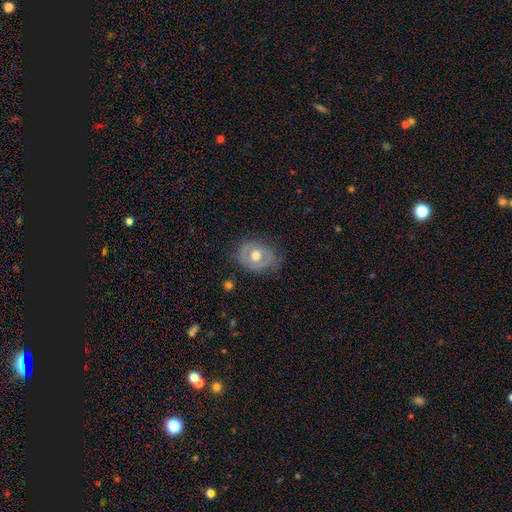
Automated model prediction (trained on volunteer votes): featured or disk 52%, smooth 41%, star or artifact 7%. Down the decision tree: edge-on disk — no (93%); merging — none (73%).